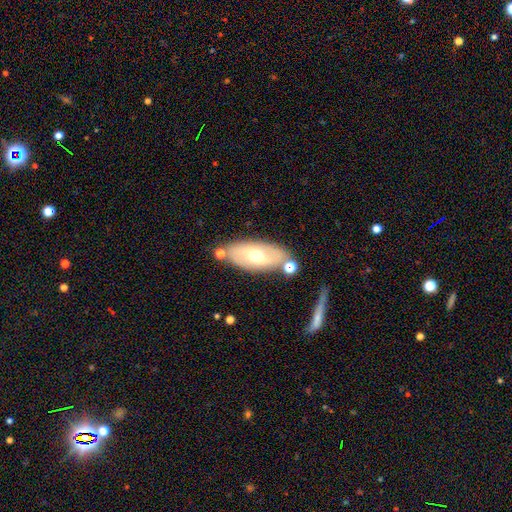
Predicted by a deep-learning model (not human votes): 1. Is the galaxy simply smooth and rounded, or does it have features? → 53% featured or disk, 41% smooth, 6% star or artifact.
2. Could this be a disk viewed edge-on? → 82% no, 18% yes.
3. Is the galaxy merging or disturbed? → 75% none, 14% minor disturbance, 7% merger, 4% major disturbance.